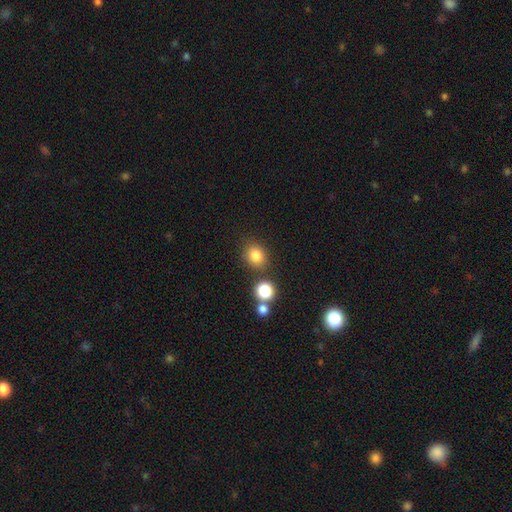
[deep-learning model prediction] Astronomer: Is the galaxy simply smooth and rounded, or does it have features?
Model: smooth — 81%.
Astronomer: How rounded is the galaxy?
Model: round — 60% (runner-up: in between, 39%).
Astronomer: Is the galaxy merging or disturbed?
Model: none — 77%.